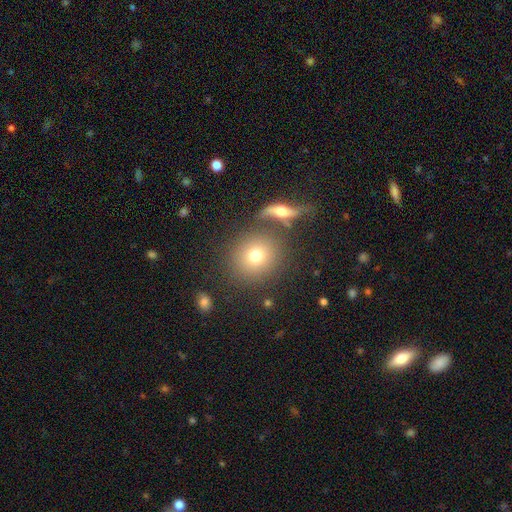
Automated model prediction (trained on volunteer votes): Q: Smooth or featured?
A: smooth (74%); runner-up: featured or disk (15%)
Q: How rounded?
A: round (84%); runner-up: in between (15%)
Q: Merging?
A: none (71%); runner-up: merger (14%)